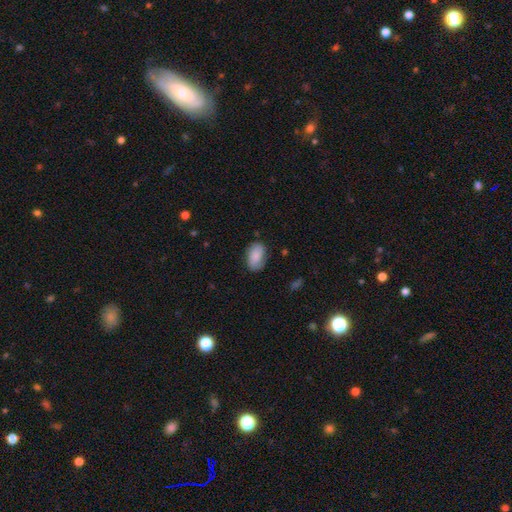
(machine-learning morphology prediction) smooth-or-featured: smooth: 83% | featured or disk: 10% | star or artifact: 7%
  how-rounded: in between: 90% | round: 8% | cigar-shaped: 2%
  merging: none: 75% | minor disturbance: 19% | major disturbance: 4% | merger: 1%